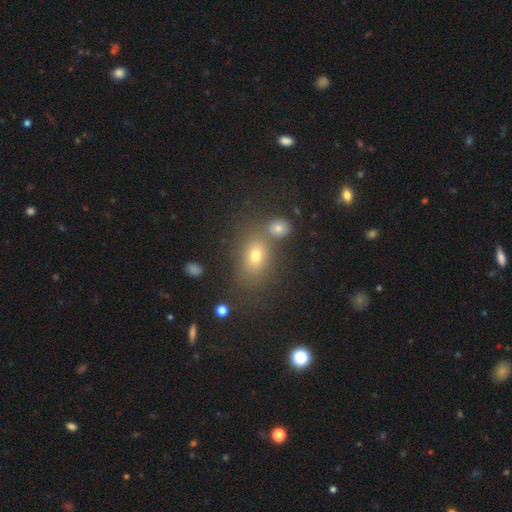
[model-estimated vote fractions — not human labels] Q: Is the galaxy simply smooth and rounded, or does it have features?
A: smooth — 68%.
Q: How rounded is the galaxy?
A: in between — 70%.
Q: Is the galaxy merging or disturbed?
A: none — 61%.